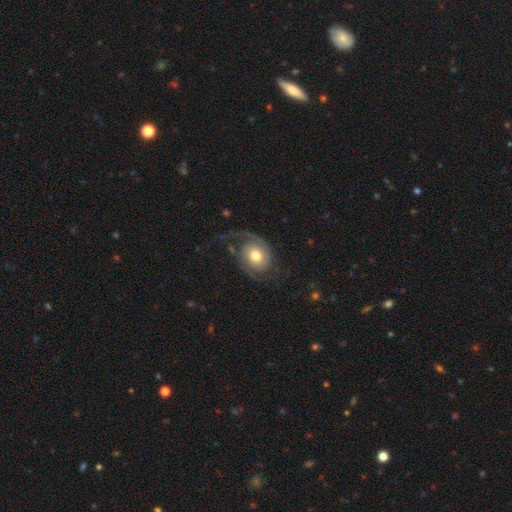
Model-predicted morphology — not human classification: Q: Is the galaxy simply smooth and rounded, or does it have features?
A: featured or disk — 77%.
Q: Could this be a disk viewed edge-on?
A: no — 97%.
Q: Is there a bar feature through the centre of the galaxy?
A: no — 73%.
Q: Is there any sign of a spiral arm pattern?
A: yes — 94%.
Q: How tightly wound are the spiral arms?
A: loose — 45%.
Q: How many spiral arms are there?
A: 2 — 76%.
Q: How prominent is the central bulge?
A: moderate — 67%.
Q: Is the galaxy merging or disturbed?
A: none — 56%.